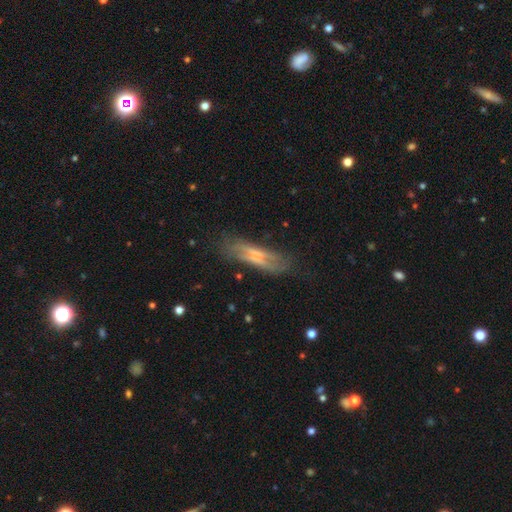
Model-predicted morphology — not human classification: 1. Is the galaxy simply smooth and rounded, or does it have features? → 52% featured or disk, 40% smooth, 9% star or artifact.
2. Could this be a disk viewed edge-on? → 58% yes, 42% no.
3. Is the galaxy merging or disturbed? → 60% none, 25% minor disturbance, 13% major disturbance, 3% merger.